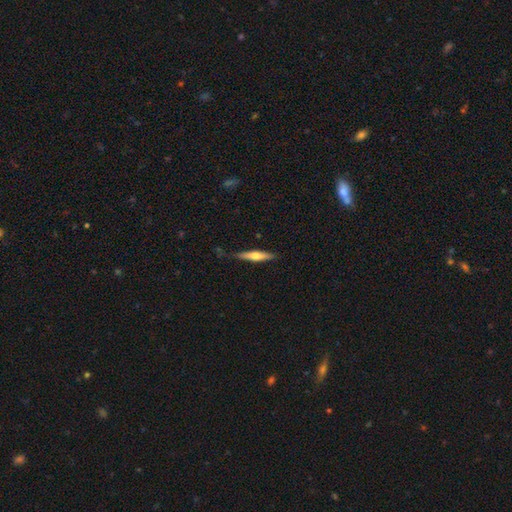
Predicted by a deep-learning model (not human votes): smooth_or_featured: featured or disk (p=0.51) [alt: smooth p=0.44]
disk_edge_on: yes (p=0.94) [alt: no p=0.06]
merging: none (p=0.76) [alt: minor disturbance p=0.18]